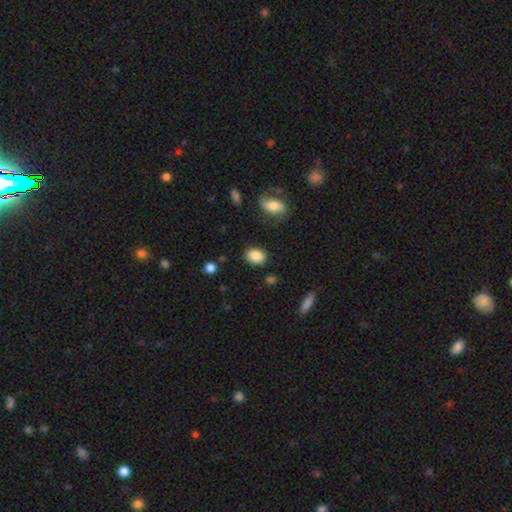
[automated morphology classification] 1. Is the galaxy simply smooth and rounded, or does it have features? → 87% smooth, 8% star or artifact, 6% featured or disk.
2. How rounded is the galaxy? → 68% in between, 31% round, 1% cigar-shaped.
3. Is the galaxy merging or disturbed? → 84% none, 11% minor disturbance, 3% major disturbance, 2% merger.